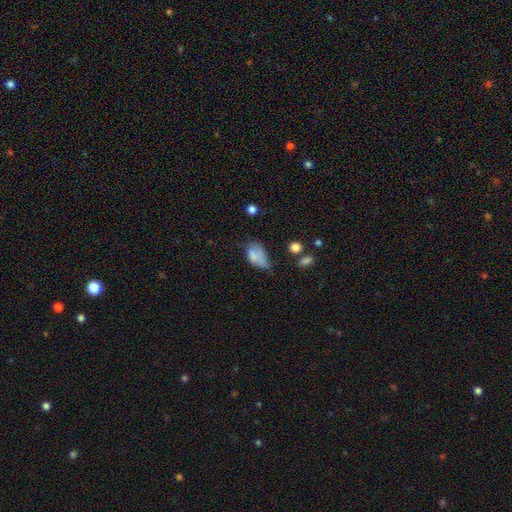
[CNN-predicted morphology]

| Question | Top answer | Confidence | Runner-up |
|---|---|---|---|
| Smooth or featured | smooth | 70% | featured or disk (20%) |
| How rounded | in between | 90% | round (8%) |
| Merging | minor disturbance | 38% | major disturbance (29%) |